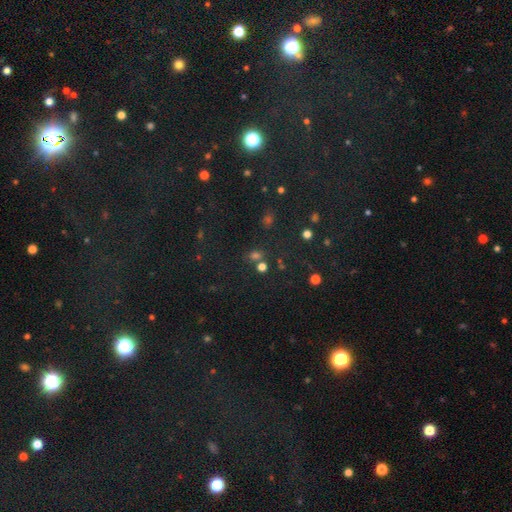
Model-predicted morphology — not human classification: This is likely a star or artifact rather than a galaxy (67%).